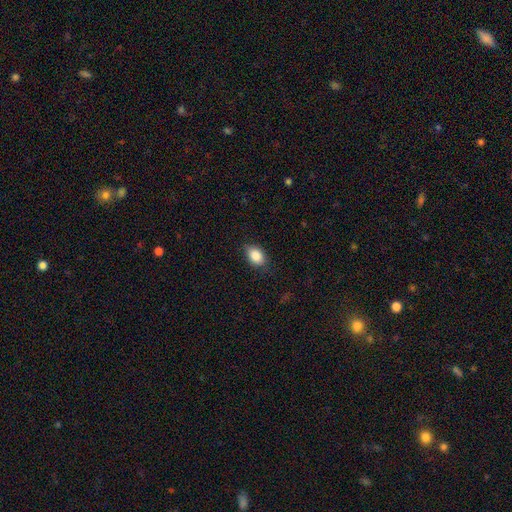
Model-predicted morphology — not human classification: smooth_or_featured: smooth (p=0.85) [alt: star or artifact p=0.08]
how_rounded: in between (p=0.79) [alt: round p=0.19]
merging: none (p=0.79) [alt: minor disturbance p=0.17]